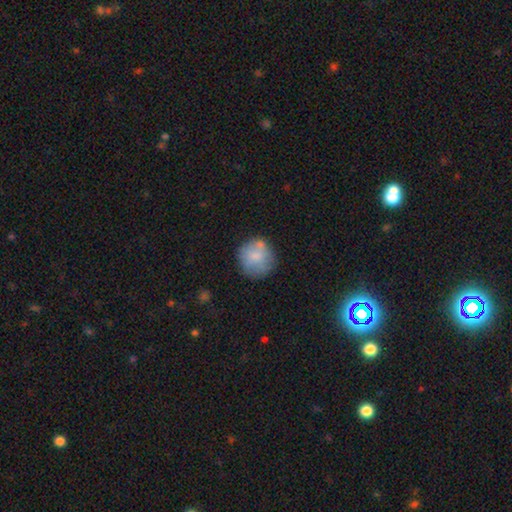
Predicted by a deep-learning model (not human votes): smooth-or-featured: smooth: 72% | featured or disk: 20% | star or artifact: 8%
  how-rounded: round: 90% | in between: 9% | cigar-shaped: 1%
  merging: none: 67% | minor disturbance: 19% | major disturbance: 7% | merger: 7%